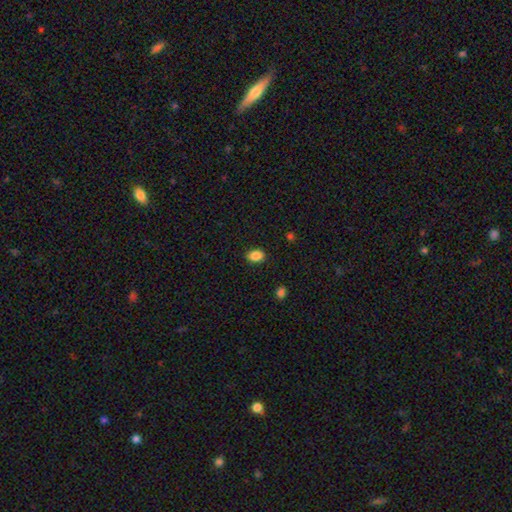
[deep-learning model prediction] Overall: smooth (87%). How rounded: in between (79%). Merging: none (88%).